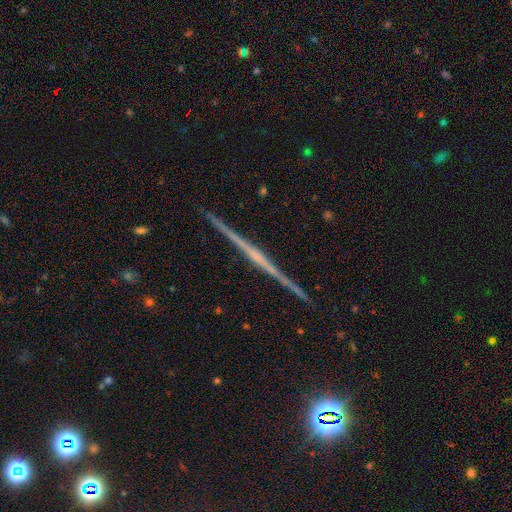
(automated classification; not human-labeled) smooth-or-featured: featured or disk: 80% | smooth: 12% | star or artifact: 8%
  disk-edge-on: yes: 99% | no: 1%
    edge-on-bulge: none: 51% | rounded: 37% | boxy: 12%
  merging: none: 93% | minor disturbance: 5% | major disturbance: 1% | merger: 1%